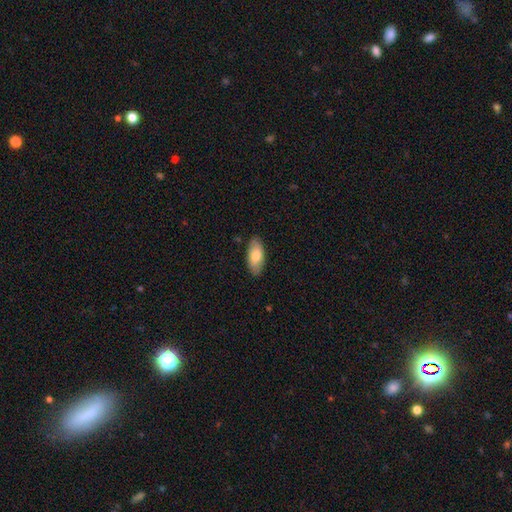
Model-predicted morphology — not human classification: Smooth or featured? smooth (76%)
How rounded? in between (90%)
Merging? none (86%)